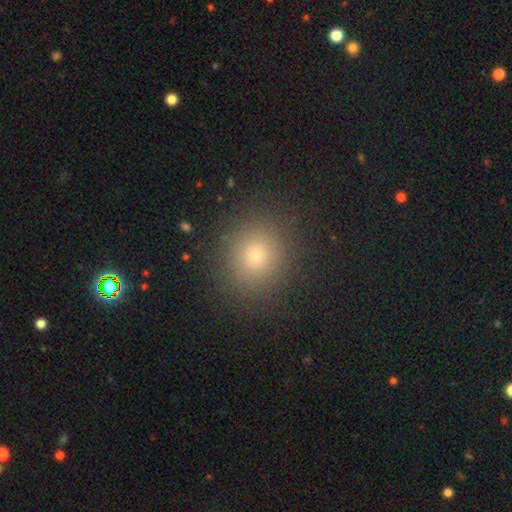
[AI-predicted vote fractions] Smooth or featured? smooth (78%)
How rounded? round (79%)
Merging? none (88%)